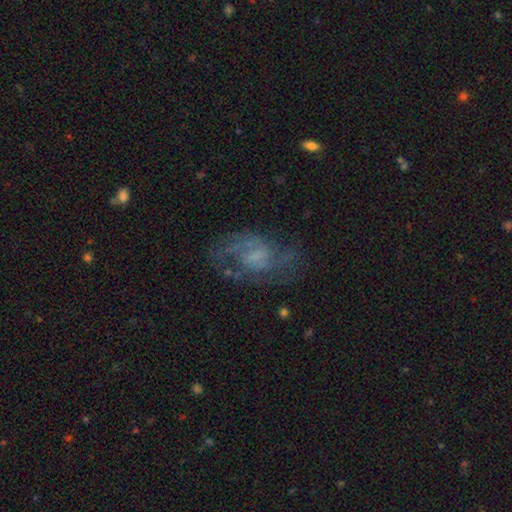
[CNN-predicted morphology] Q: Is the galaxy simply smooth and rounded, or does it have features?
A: featured or disk — 72%.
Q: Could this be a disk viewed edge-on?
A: no — 97%.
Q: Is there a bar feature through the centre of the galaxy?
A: no — 52%.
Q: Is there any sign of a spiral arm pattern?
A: yes — 82%.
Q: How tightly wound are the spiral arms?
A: medium — 48%.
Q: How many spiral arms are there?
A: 2 — 52%.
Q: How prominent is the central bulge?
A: none — 48%.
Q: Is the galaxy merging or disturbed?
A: none — 55%.